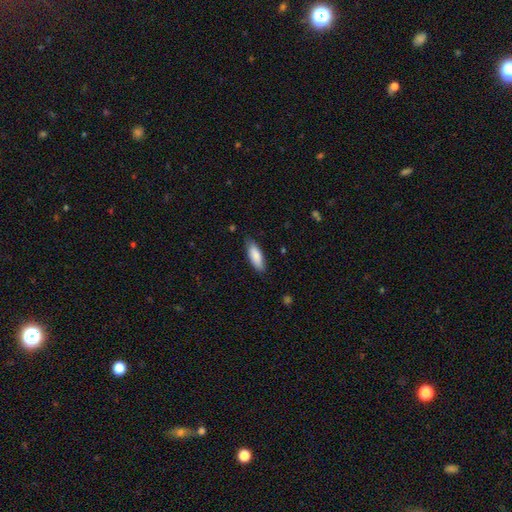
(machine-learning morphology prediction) This appears to be a smooth galaxy with no disk features (87%) that is in between round and cigar-shaped (66%). Merging: none (82%).